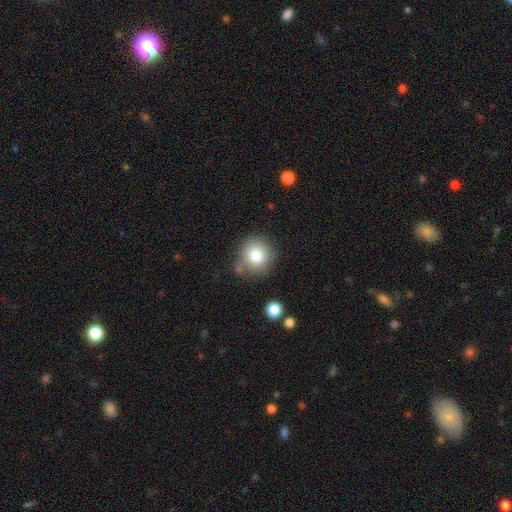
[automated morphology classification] smooth 80%, star or artifact 10%, featured or disk 10%. Down the decision tree: how rounded — round (88%); merging — none (68%).